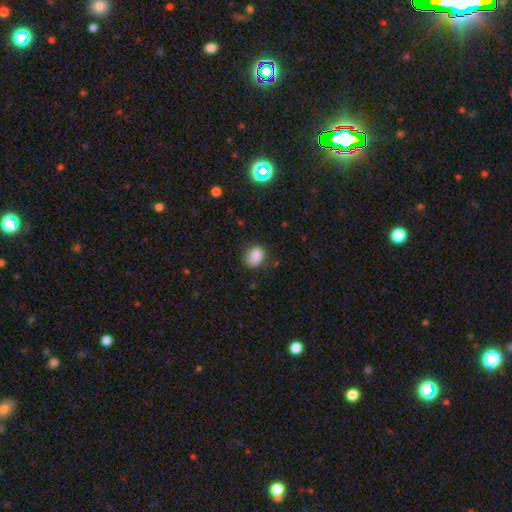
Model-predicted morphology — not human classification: smooth-or-featured: smooth: 81% | featured or disk: 10% | star or artifact: 9%
  how-rounded: round: 51% | in between: 48% | cigar-shaped: 1%
  merging: none: 62% | minor disturbance: 27% | major disturbance: 9% | merger: 3%